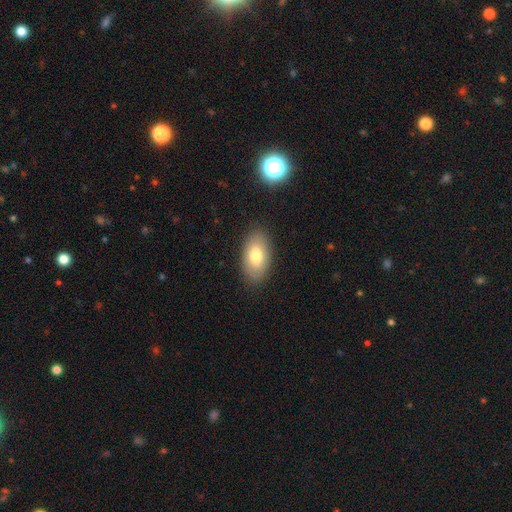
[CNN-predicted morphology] A smooth galaxy with no disk features (76%) that is in between round and cigar-shaped (94%).

Vote fractions:
- Smooth or featured? smooth: 76% / featured or disk: 17% / star or artifact: 7%
- How rounded? in between: 94% / round: 4% / cigar-shaped: 3%
- Merging? none: 86% / minor disturbance: 10% / major disturbance: 3% / merger: 1%